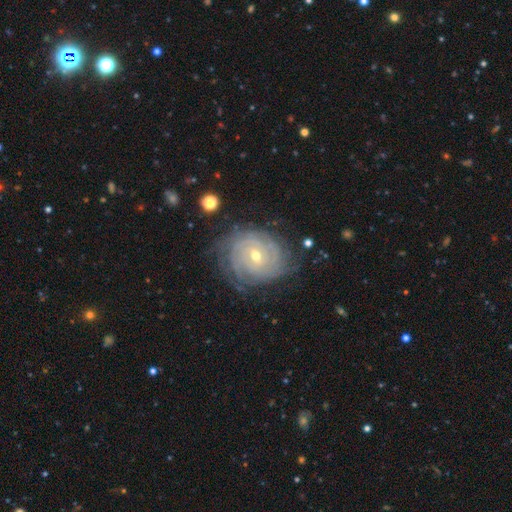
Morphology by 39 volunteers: Volunteers were most divided on "bulge size": moderate: 51%, small: 43%, large: 3%, none: 3%, dominant: 0%. Remaining: edge-on disk — no (100%); spiral arms — yes (100%); smooth or featured — featured or disk (95%); spiral winding — tight (84%); merging — none (74%); bar — weak (59%); spiral arm count — can't tell (41%).